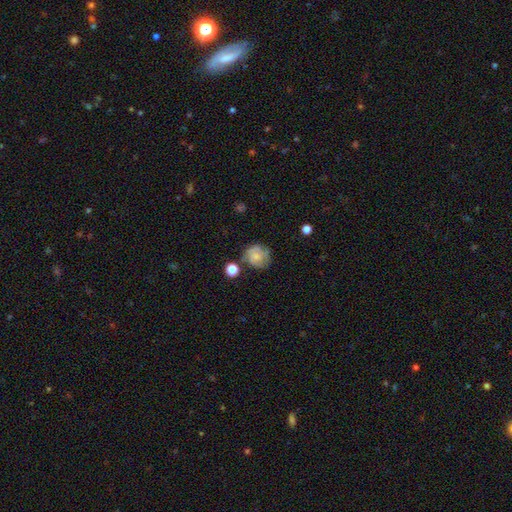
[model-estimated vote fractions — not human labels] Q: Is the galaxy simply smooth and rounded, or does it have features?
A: smooth — 50%.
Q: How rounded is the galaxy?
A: round — 80%.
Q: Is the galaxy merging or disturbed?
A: none — 60%.